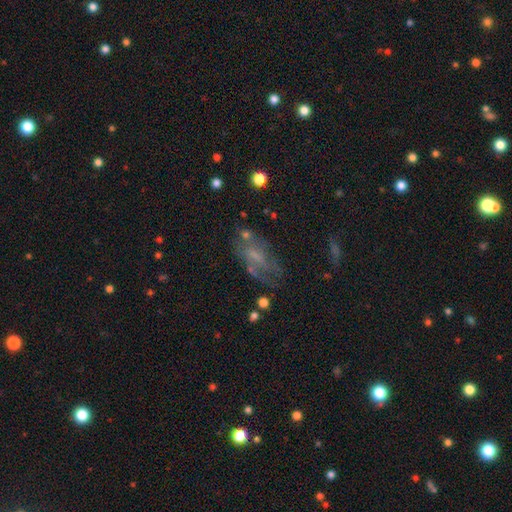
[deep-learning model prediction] Smooth or featured?
  - featured or disk: 49% *
  - smooth: 36%
  - star or artifact: 16%
Merging?
  - none: 45% *
  - major disturbance: 25%
  - minor disturbance: 23%
  - merger: 7%